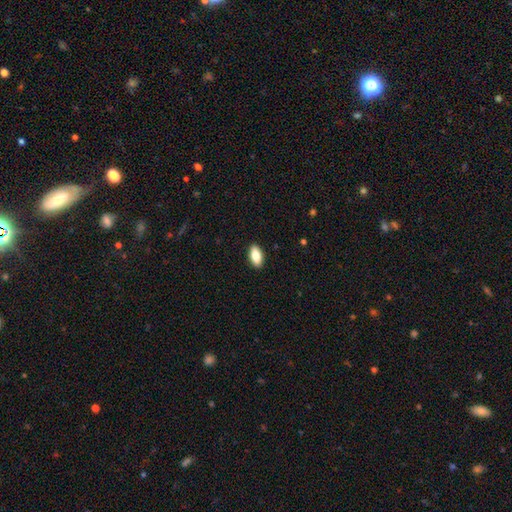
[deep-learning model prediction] smooth_or_featured: smooth (p=0.82) [alt: featured or disk p=0.11]
how_rounded: in between (p=0.90) [alt: cigar-shaped p=0.07]
merging: none (p=0.90) [alt: minor disturbance p=0.07]